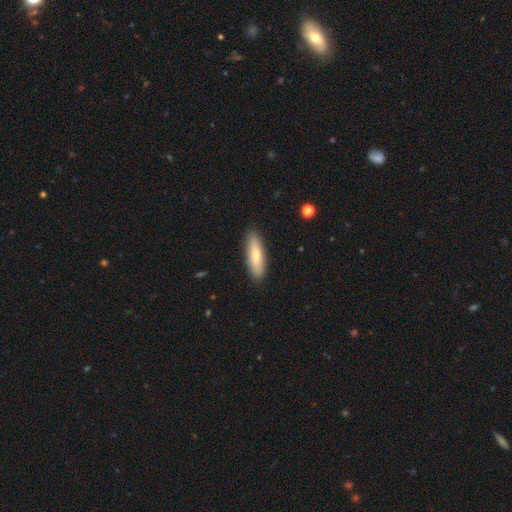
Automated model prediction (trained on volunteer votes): Morphology: type=smooth (73%); roundness=cigar-shaped (52%); merging=none (88%).